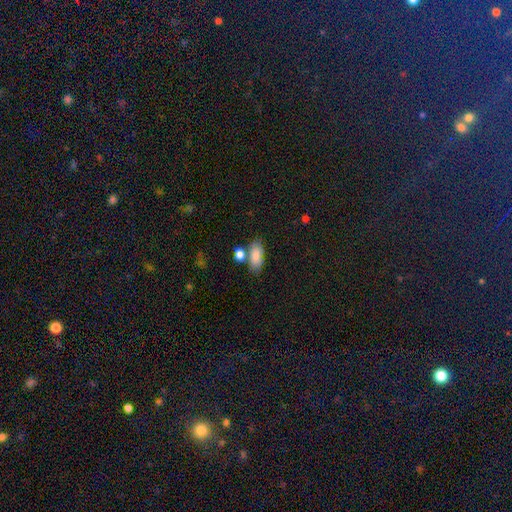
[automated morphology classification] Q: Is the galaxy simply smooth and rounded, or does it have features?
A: smooth — 85%.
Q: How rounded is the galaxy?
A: in between — 88%.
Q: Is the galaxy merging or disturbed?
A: none — 62%.